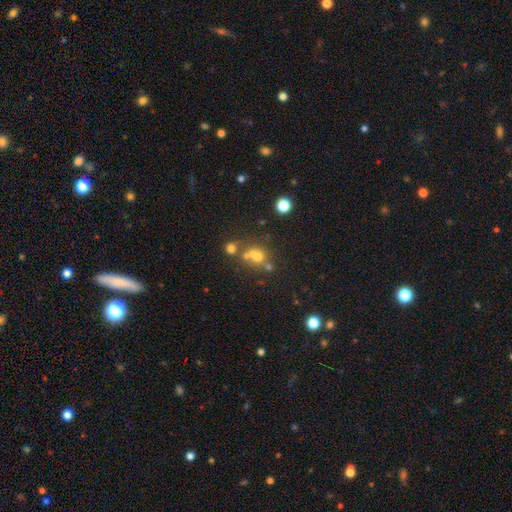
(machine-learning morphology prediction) Smooth or featured? Predicted: smooth (p=0.52). How rounded? Predicted: round (p=0.71). Merging? Predicted: merger (p=0.43).